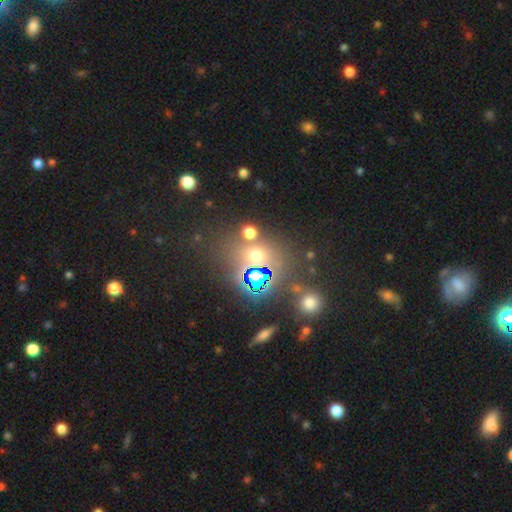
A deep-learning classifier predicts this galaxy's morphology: Smooth or featured? smooth (47%)
Merging? none (68%)